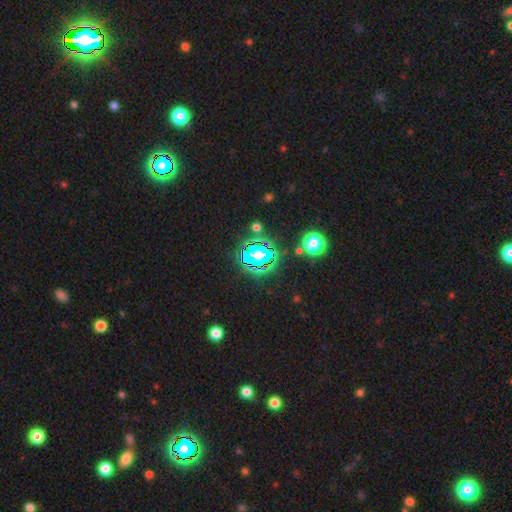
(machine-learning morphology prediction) Smooth or featured? Predicted: star or artifact (p=0.80).